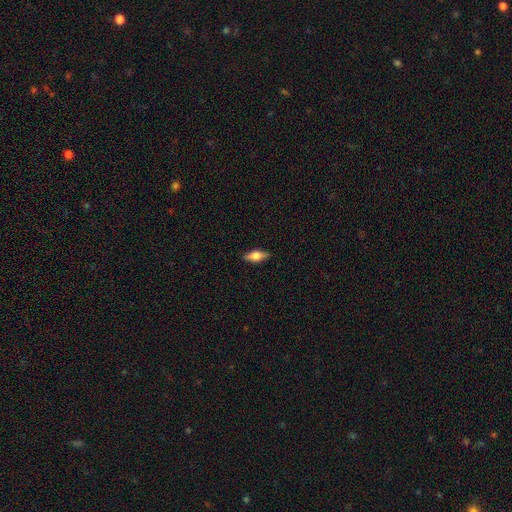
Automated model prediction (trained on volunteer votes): A smooth galaxy with no disk features (59%) that is in between round and cigar-shaped (71%).

Vote fractions:
- Smooth or featured? smooth: 59% / featured or disk: 34% / star or artifact: 7%
- How rounded? in between: 71% / cigar-shaped: 25% / round: 4%
- Merging? none: 86% / minor disturbance: 10% / major disturbance: 2% / merger: 1%